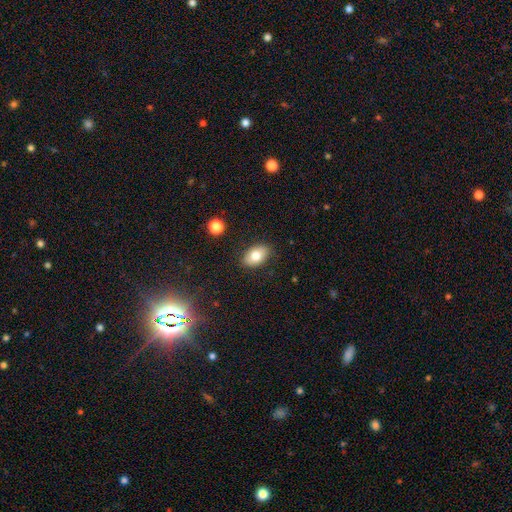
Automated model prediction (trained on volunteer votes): smooth_or_featured: smooth (p=0.79) [alt: featured or disk p=0.13]
how_rounded: in between (p=0.89) [alt: round p=0.10]
merging: none (p=0.85) [alt: minor disturbance p=0.11]